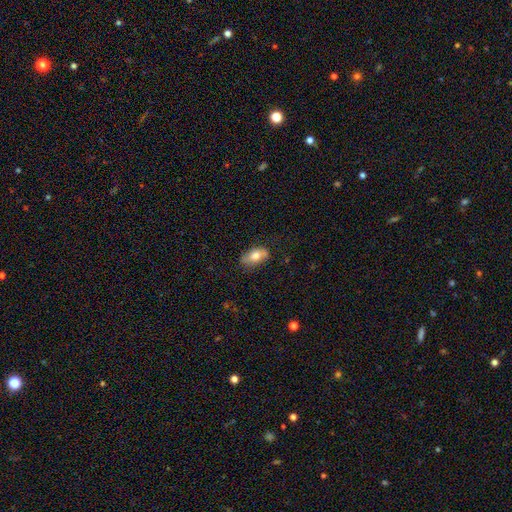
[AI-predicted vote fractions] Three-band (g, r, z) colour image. It shows a smooth galaxy with no disk features (70%) that is in between round and cigar-shaped (90%). Merging: none (74%).